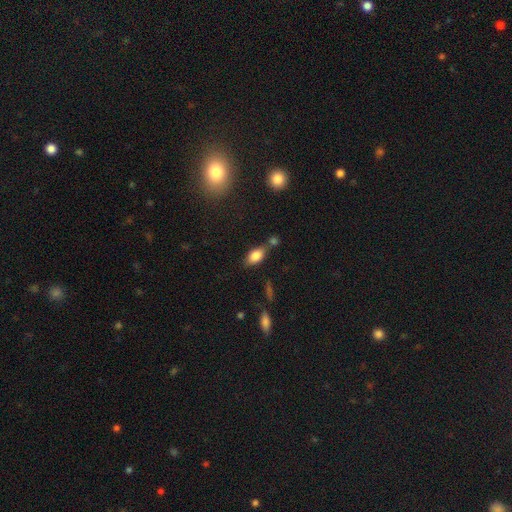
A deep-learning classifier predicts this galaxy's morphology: This is clearly a smooth galaxy (82%). How rounded: clearly in between (89%). Merging: possibly none (59%).